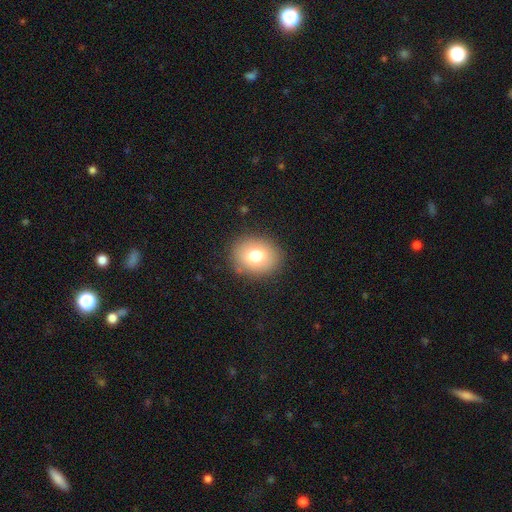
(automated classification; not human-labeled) Q: Smooth or featured?
A: smooth (74%); runner-up: featured or disk (15%)
Q: How rounded?
A: round (67%); runner-up: in between (32%)
Q: Merging?
A: none (87%); runner-up: minor disturbance (9%)